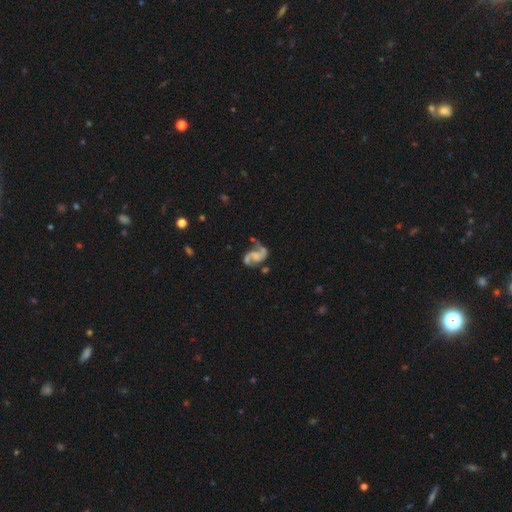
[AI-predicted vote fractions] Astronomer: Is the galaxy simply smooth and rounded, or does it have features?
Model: featured or disk — 84%.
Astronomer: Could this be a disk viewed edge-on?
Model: no — 98%.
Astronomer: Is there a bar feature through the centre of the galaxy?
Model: no — 53% (runner-up: weak, 35%).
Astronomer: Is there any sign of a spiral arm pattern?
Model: yes — 94%.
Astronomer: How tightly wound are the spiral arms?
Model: loose — 51% (runner-up: medium, 40%).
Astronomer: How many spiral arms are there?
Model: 2 — 88%.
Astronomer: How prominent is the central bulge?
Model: none — 54%.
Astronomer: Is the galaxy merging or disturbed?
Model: none — 46% (runner-up: major disturbance, 24%).